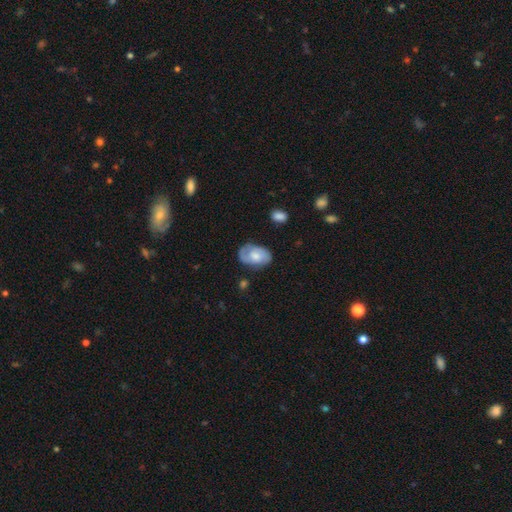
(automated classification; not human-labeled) Smooth or featured? Predicted: featured or disk (p=0.49). Merging? Predicted: none (p=0.65).